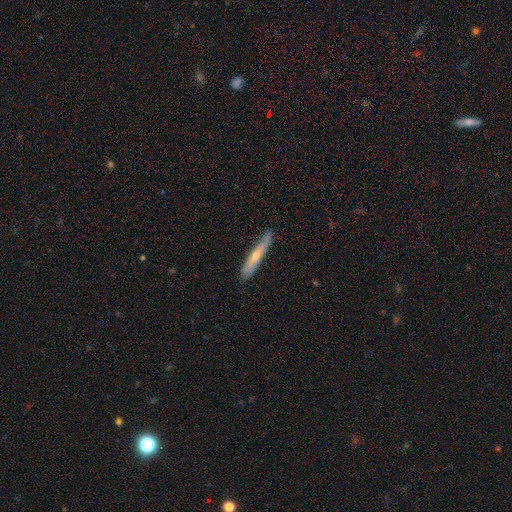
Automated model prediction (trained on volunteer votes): Smooth or featured: smooth — 52% (featured or disk — 43%)
How rounded: cigar-shaped — 93% (in between — 5%)
Merging: none — 82% (minor disturbance — 15%)